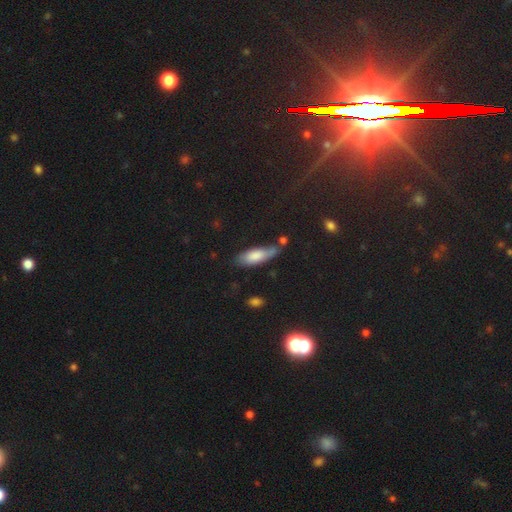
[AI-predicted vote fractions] This appears to be a smooth galaxy with no disk features (75%) that is in between round and cigar-shaped (63%). Merging: none (54%).